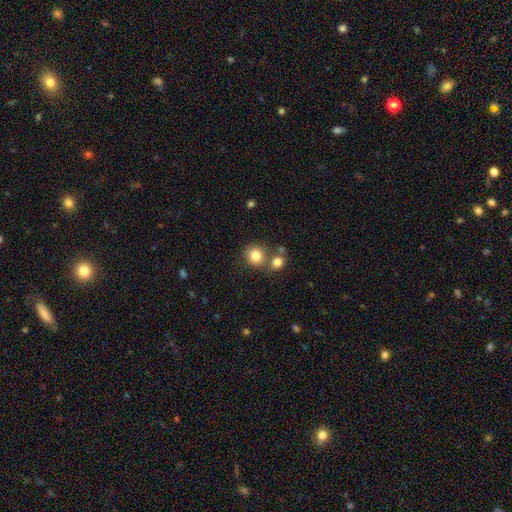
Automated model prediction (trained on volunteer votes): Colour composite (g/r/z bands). It shows a smooth galaxy with no disk features (82%) that is round (88%). Merging: none (67%).